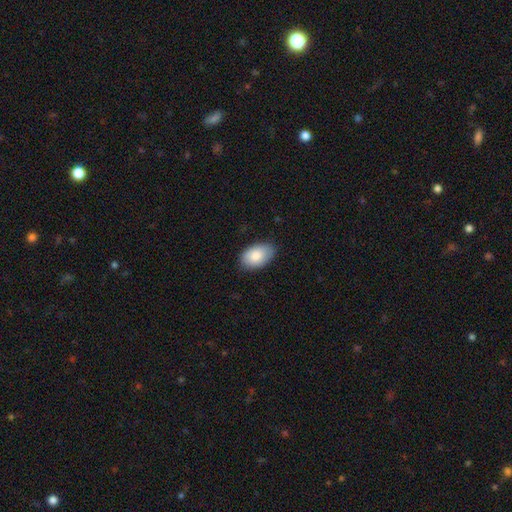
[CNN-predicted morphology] This is clearly a smooth galaxy (84%). How rounded: clearly in between (92%). Merging: clearly none (82%).